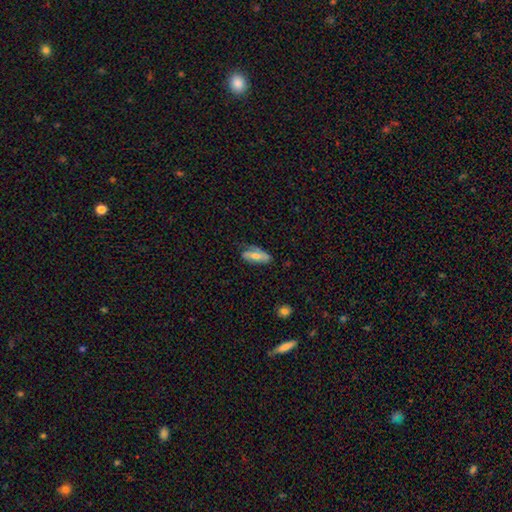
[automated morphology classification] Q: Smooth or featured?
A: smooth (53%); runner-up: featured or disk (40%)
Q: How rounded?
A: in between (77%); runner-up: cigar-shaped (20%)
Q: Merging?
A: none (59%); runner-up: minor disturbance (29%)